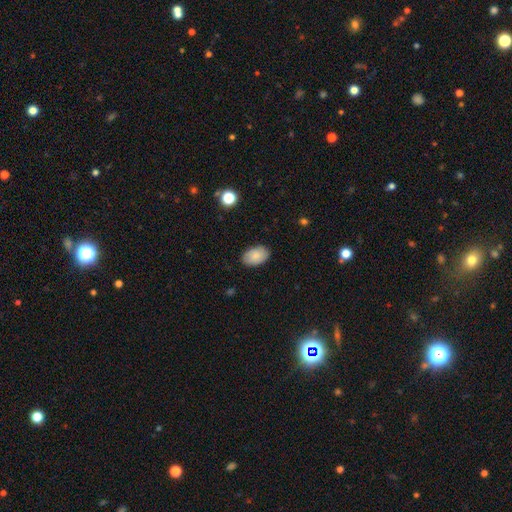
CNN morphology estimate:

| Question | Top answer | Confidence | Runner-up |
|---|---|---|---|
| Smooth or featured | smooth | 85% | featured or disk (8%) |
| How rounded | in between | 91% | round (8%) |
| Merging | none | 86% | minor disturbance (10%) |